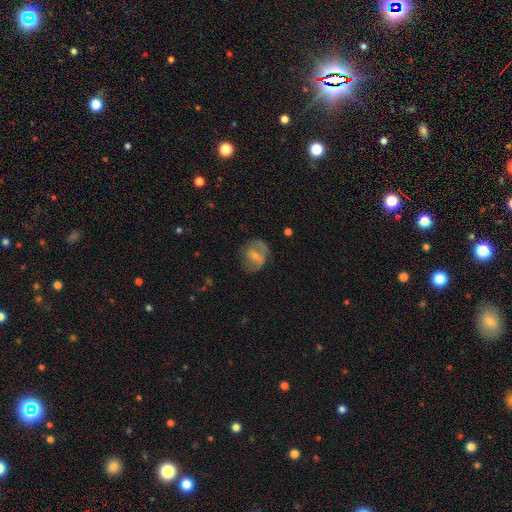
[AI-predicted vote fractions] Morphology: type=featured or disk (49%); merging=none (56%).